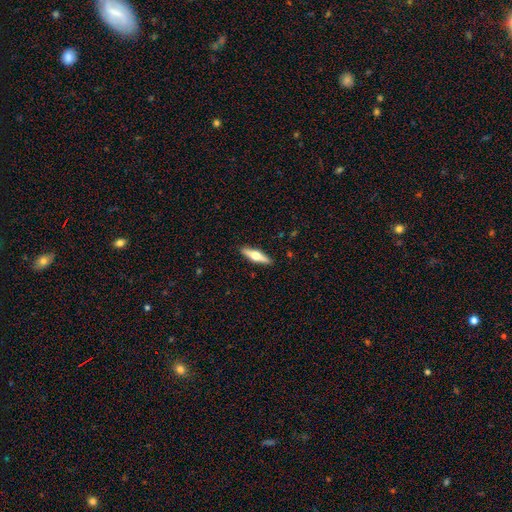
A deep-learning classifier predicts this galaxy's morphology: featured or disk 57%, smooth 38%, star or artifact 5%. Down the decision tree: edge-on disk — yes (95%); edge-on bulge — rounded (95%); merging — none (90%).